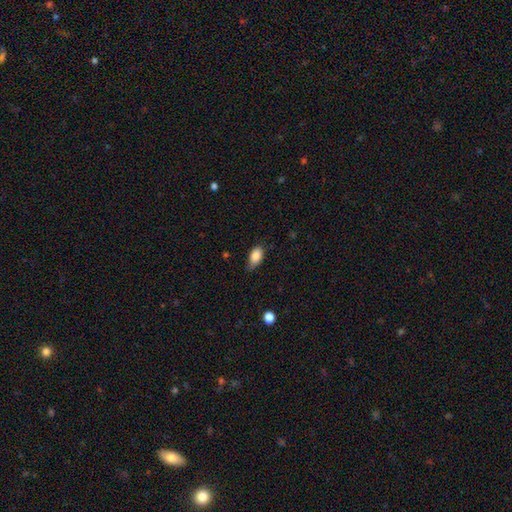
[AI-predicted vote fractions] A smooth galaxy with no disk features (85%) that is in between round and cigar-shaped (89%). Merging: none (61%).